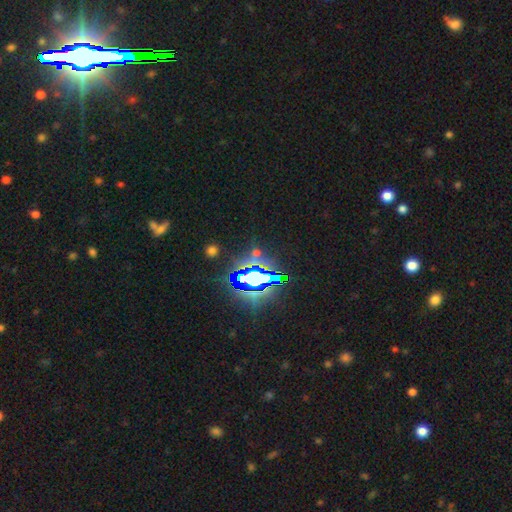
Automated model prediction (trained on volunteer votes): The model was most divided on "smooth or featured": star or artifact: 79%, smooth: 12%, featured or disk: 9%.